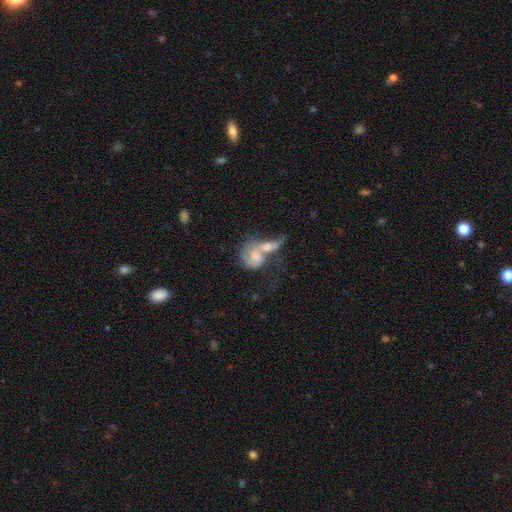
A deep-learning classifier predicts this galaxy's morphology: This appears to be a smooth galaxy with no disk features (46%). Merging: merger (71%).